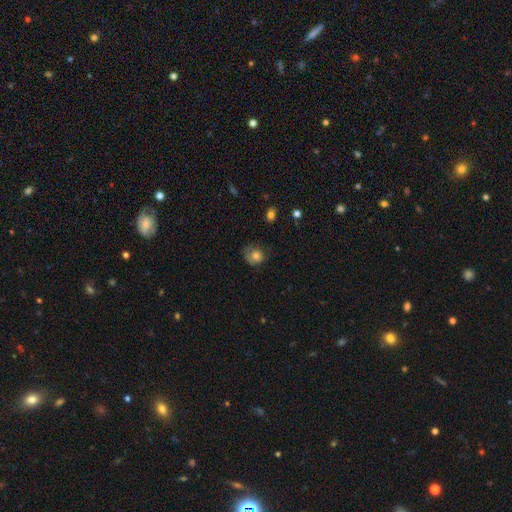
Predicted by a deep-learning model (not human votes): A smooth galaxy with no disk features (72%) that is round (69%). Merging: none (50%).